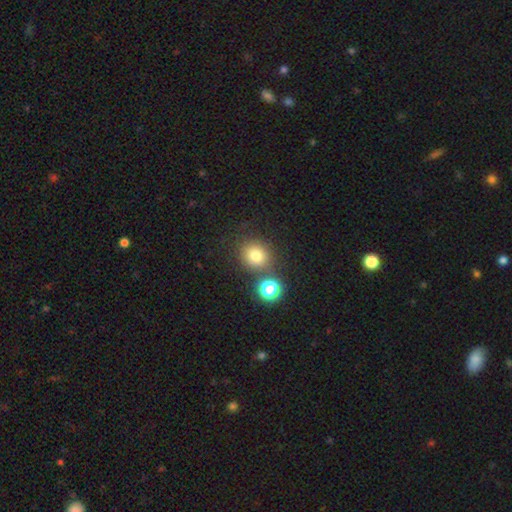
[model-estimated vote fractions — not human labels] This is likely a smooth galaxy (76%). How rounded: clearly round (86%). Merging: likely none (74%).